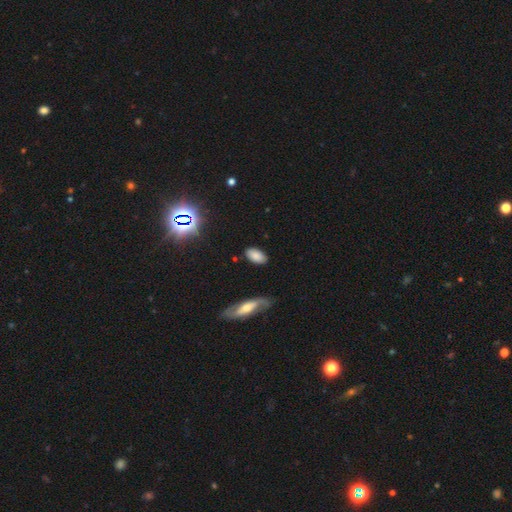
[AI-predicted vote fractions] A smooth galaxy with no disk features (80%) that is in between round and cigar-shaped (93%).

Vote fractions:
- Smooth or featured? smooth: 80% / featured or disk: 11% / star or artifact: 9%
- How rounded? in between: 93% / round: 4% / cigar-shaped: 3%
- Merging? none: 81% / minor disturbance: 13% / major disturbance: 3% / merger: 2%